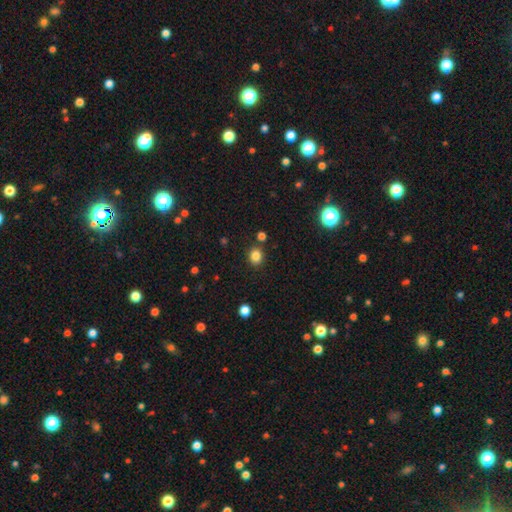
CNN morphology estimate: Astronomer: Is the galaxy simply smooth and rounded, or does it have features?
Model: smooth — 84%.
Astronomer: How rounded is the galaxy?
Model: round — 70%.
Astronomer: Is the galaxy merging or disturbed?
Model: none — 83%.